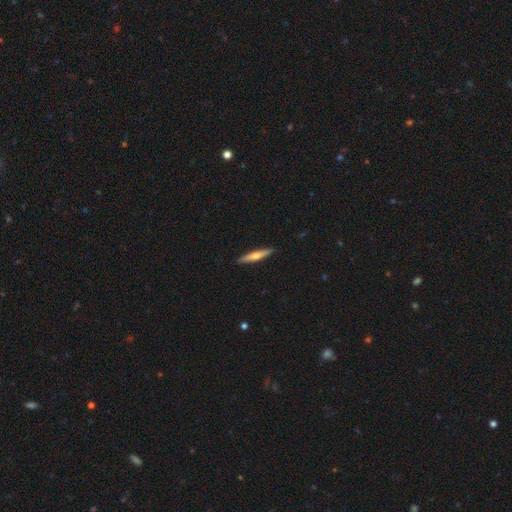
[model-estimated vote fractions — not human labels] A smooth galaxy with no disk features (55%) that is cigar-shaped (91%).

Vote fractions:
- Smooth or featured? smooth: 55% / featured or disk: 40% / star or artifact: 5%
- How rounded? cigar-shaped: 91% / in between: 7% / round: 1%
- Merging? none: 91% / minor disturbance: 6% / major disturbance: 1% / merger: 1%